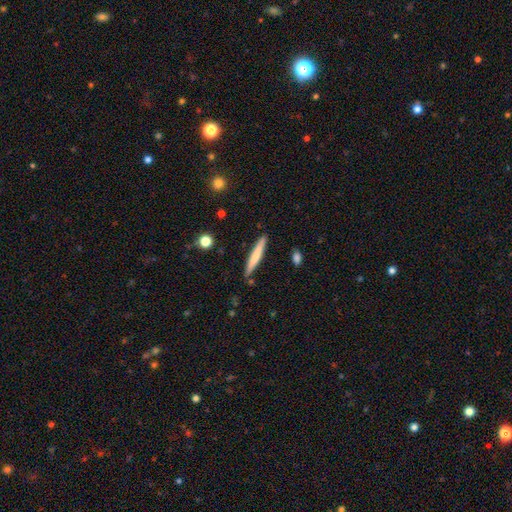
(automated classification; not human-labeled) A smooth galaxy with no disk features (68%) that is cigar-shaped (95%).

Vote fractions:
- Smooth or featured? smooth: 68% / featured or disk: 26% / star or artifact: 6%
- How rounded? cigar-shaped: 95% / in between: 4% / round: 1%
- Merging? none: 86% / minor disturbance: 10% / merger: 2% / major disturbance: 2%